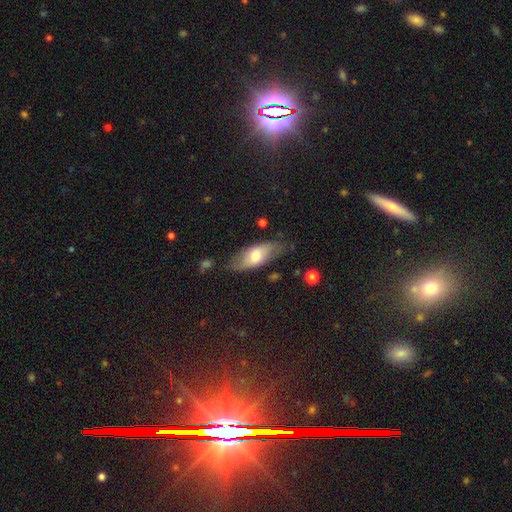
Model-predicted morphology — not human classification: Smooth or featured?
  - smooth: 61% *
  - featured or disk: 32%
  - star or artifact: 6%
How rounded?
  - in between: 79% *
  - cigar-shaped: 18%
  - round: 3%
Merging?
  - none: 74% *
  - minor disturbance: 19%
  - major disturbance: 5%
  - merger: 2%